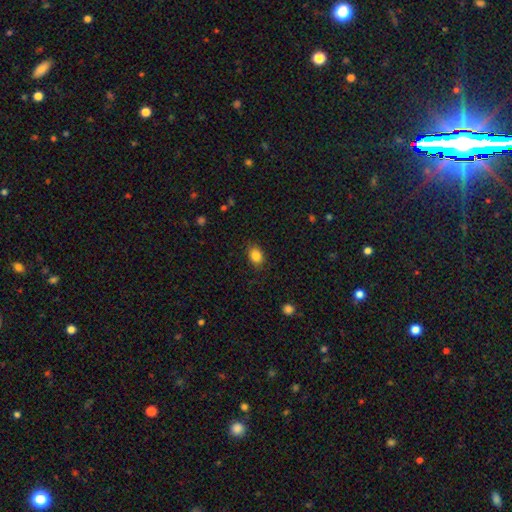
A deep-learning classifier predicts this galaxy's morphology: Q: Smooth or featured?
A: smooth (85%); runner-up: star or artifact (10%)
Q: How rounded?
A: in between (60%); runner-up: round (39%)
Q: Merging?
A: none (84%); runner-up: minor disturbance (12%)